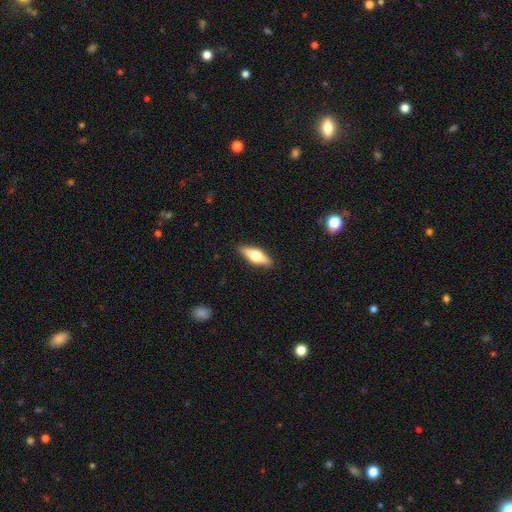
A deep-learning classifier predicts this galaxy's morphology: This appears to be a smooth galaxy with no disk features (49%). Merging: none (89%).